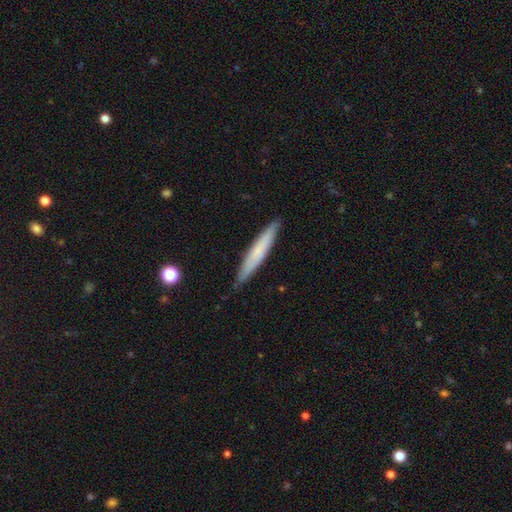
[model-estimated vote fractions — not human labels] Smooth or featured? Predicted: smooth (p=0.61). How rounded? Predicted: cigar-shaped (p=0.94). Merging? Predicted: none (p=0.87).